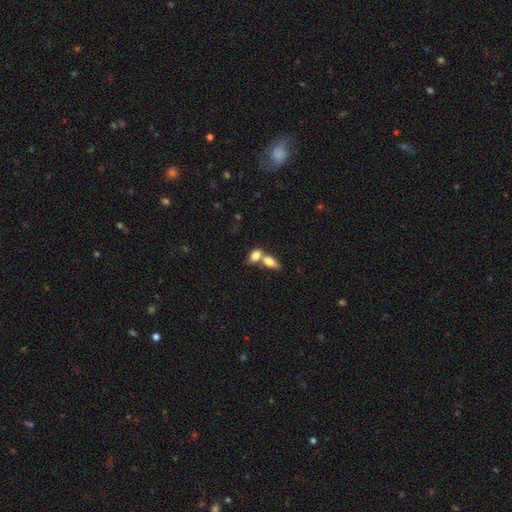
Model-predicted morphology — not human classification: The model was most divided on "merging": merger: 64%, none: 26%, minor disturbance: 7%, major disturbance: 3%. More confident: how rounded — in between (86%); smooth or featured — smooth (79%).